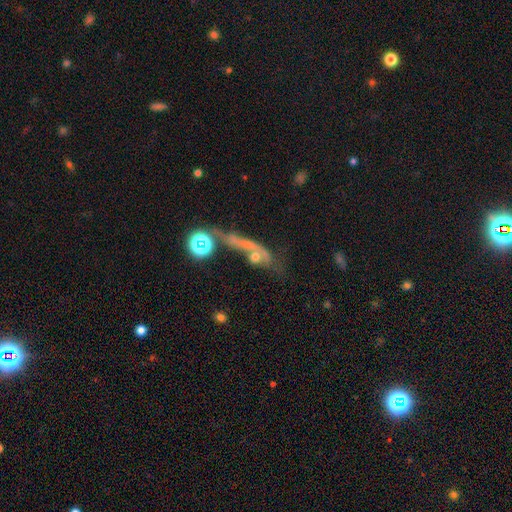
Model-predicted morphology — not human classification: type=featured or disk (38%); merging=none (39%).